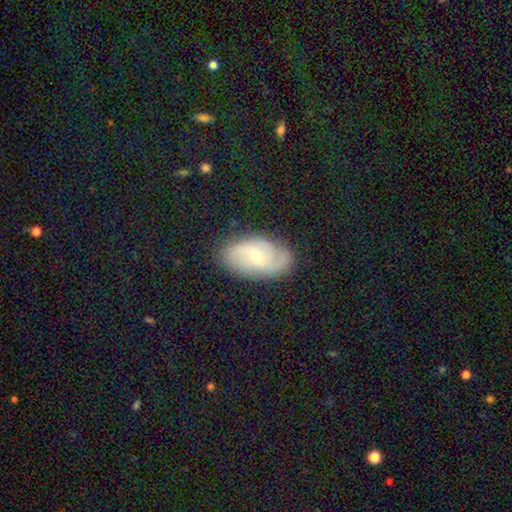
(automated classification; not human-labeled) featured or disk 71%, smooth 22%, star or artifact 7%. Down the decision tree: edge-on disk — no (94%); bar — no (49%); spiral arms — yes (89%); spiral arm count — 2 (52%); spiral winding — medium (41%); bulge size — small (53%); merging — none (80%).